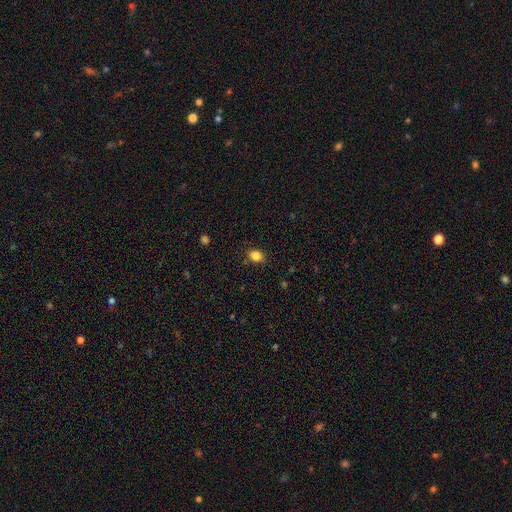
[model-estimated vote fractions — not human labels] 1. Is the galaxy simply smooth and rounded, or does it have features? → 84% smooth, 11% star or artifact, 4% featured or disk.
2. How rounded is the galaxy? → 58% round, 41% in between, 1% cigar-shaped.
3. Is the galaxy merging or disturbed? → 85% none, 11% minor disturbance, 3% major disturbance, 1% merger.